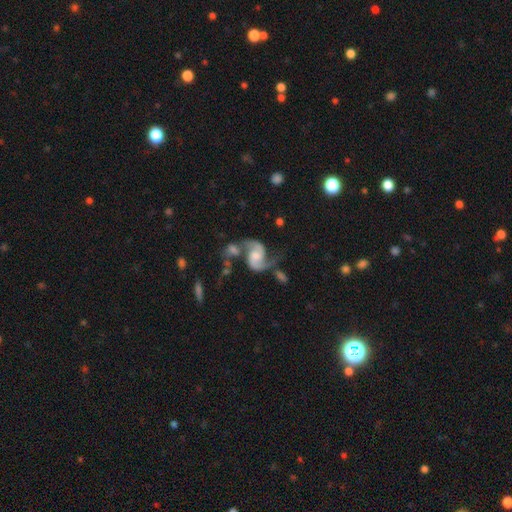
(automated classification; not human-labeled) Q: Smooth or featured?
A: featured or disk (90%); runner-up: smooth (6%)
Q: Edge-on disk?
A: no (98%); runner-up: yes (2%)
Q: Bar?
A: no (53%); runner-up: weak (37%)
Q: Spiral arms?
A: yes (97%); runner-up: no (3%)
Q: Spiral winding?
A: medium (47%); runner-up: loose (43%)
Q: Spiral arm count?
A: 2 (93%); runner-up: 1 (2%)
Q: Bulge size?
A: moderate (50%); runner-up: small (34%)
Q: Merging?
A: none (43%); runner-up: merger (27%)